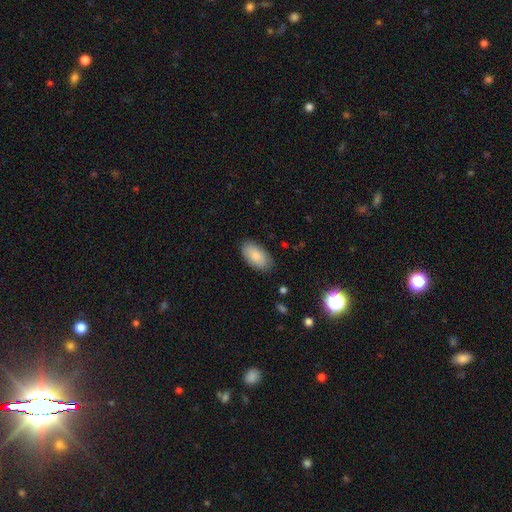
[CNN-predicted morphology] This is clearly a smooth galaxy (86%). How rounded: clearly in between (95%). Merging: clearly none (85%).